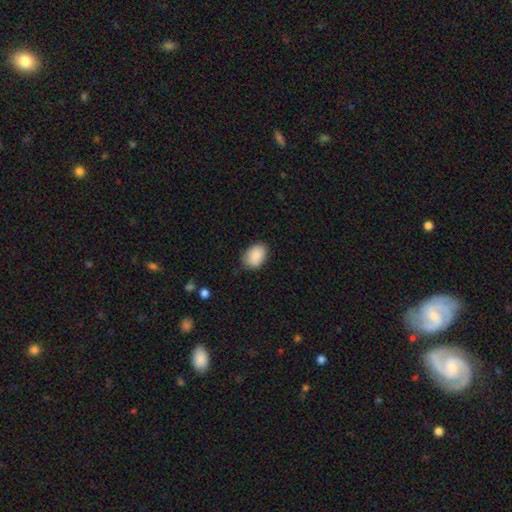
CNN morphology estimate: smooth 89%, star or artifact 7%, featured or disk 4%. Down the decision tree: how rounded — in between (84%); merging — none (79%).